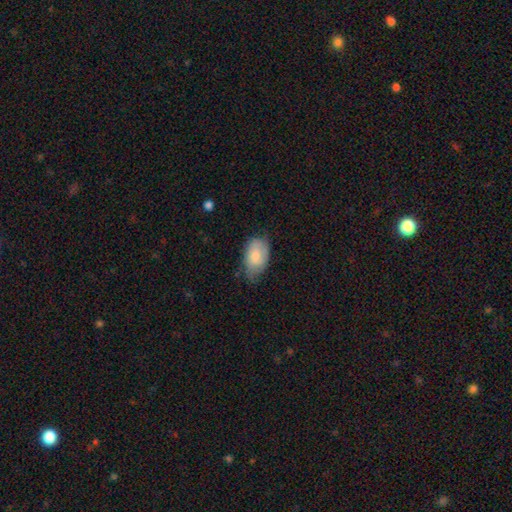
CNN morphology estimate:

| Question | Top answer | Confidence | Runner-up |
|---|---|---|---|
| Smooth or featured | smooth | 78% | featured or disk (16%) |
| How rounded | in between | 93% | round (6%) |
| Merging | none | 54% | minor disturbance (37%) |